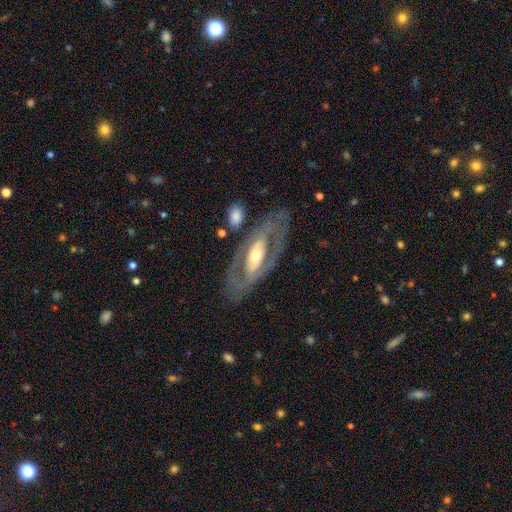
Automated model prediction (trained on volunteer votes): A featured or disk galaxy (77%) with no bar (51%), no spiral arms (55%) and a moderate central bulge (56%).

Vote fractions:
- Smooth or featured? featured or disk: 77% / smooth: 18% / star or artifact: 5%
- Edge-on disk? no: 85% / yes: 15%
- Bar? no: 51% / strong: 26% / weak: 24%
- Spiral arms? no: 55% / yes: 45%
- Bulge size? moderate: 56% / small: 30% / large: 11% / dominant: 2% / none: 1%
- Merging? none: 76% / minor disturbance: 13% / major disturbance: 8% / merger: 3%